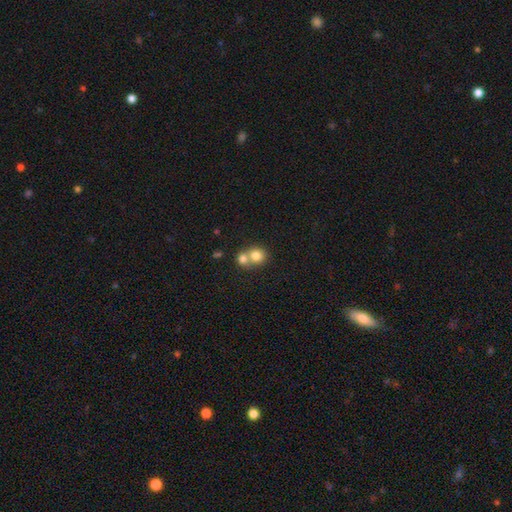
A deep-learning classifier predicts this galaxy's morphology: Overall: smooth (78%). How rounded: round (82%). Merging: merger (60%; none 33%).